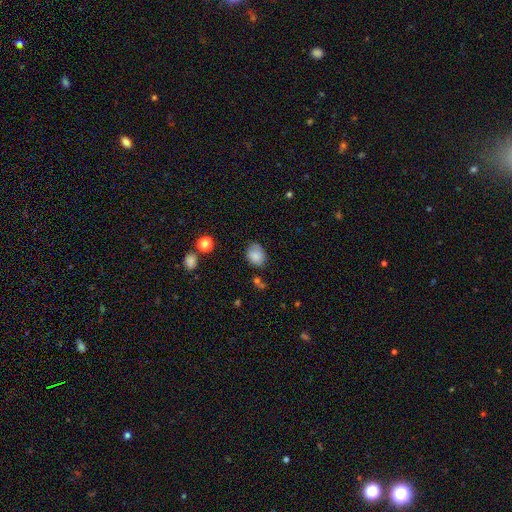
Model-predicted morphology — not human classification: smooth 82%, star or artifact 9%, featured or disk 9%. Down the decision tree: how rounded — in between (55%); merging — none (67%).